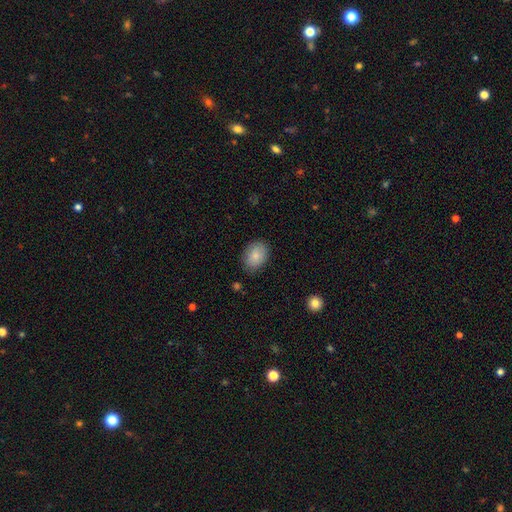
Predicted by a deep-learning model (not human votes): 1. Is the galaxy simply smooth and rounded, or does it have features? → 83% smooth, 10% featured or disk, 7% star or artifact.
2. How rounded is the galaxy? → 73% in between, 26% round, 1% cigar-shaped.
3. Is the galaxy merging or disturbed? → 82% none, 14% minor disturbance, 3% major disturbance, 1% merger.